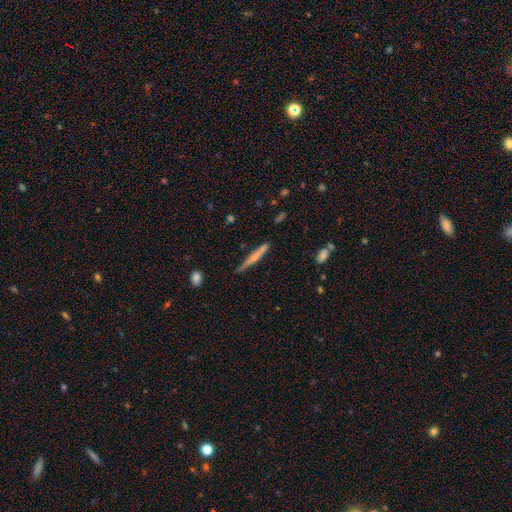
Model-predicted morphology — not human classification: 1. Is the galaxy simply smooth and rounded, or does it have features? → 48% smooth, 45% featured or disk, 7% star or artifact.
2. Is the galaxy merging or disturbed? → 81% none, 15% minor disturbance, 3% major disturbance, 2% merger.